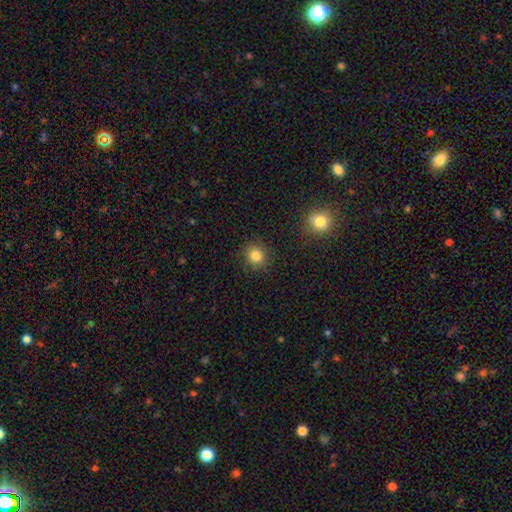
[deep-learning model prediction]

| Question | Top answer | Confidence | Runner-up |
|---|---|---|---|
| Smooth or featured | smooth | 82% | star or artifact (13%) |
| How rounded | round | 88% | in between (11%) |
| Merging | none | 89% | minor disturbance (7%) |